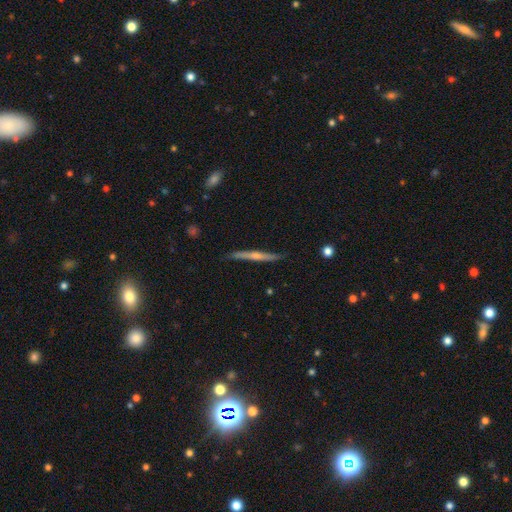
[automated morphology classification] smooth-or-featured: featured or disk: 66% | smooth: 28% | star or artifact: 6%
  disk-edge-on: yes: 97% | no: 3%
    edge-on-bulge: rounded: 66% | none: 27% | boxy: 6%
  merging: none: 85% | minor disturbance: 11% | major disturbance: 2% | merger: 1%